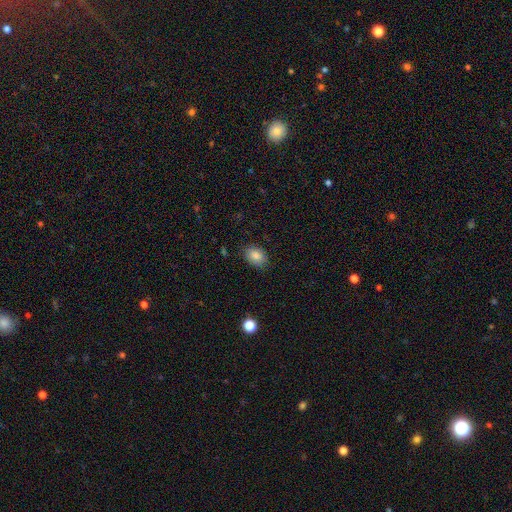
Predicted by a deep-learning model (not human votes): Smooth or featured? Predicted: smooth (p=0.84). How rounded? Predicted: in between (p=0.75). Merging? Predicted: none (p=0.83).